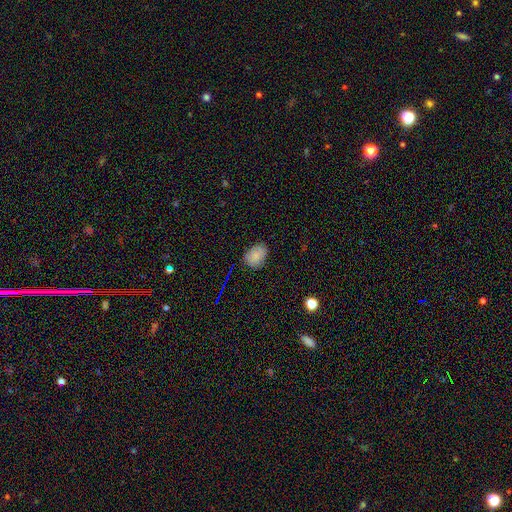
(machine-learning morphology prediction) Smooth or featured: smooth — 79% (star or artifact — 10%)
How rounded: in between — 66% (round — 33%)
Merging: none — 77% (minor disturbance — 18%)